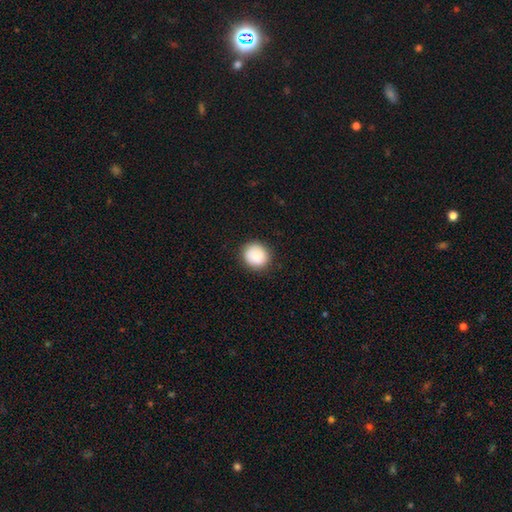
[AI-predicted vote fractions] The model was most divided on "how rounded": round: 88%, in between: 11%, cigar-shaped: 1%. More confident: merging — none (89%); smooth or featured — smooth (88%).